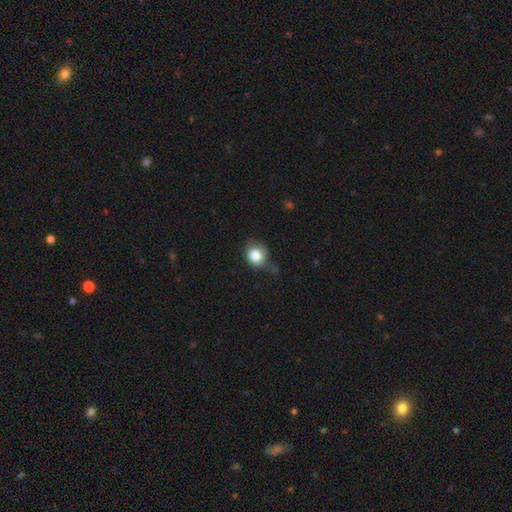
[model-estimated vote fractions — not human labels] Smooth or featured? Predicted: smooth (p=0.82). How rounded? Predicted: round (p=0.63). Merging? Predicted: none (p=0.46).